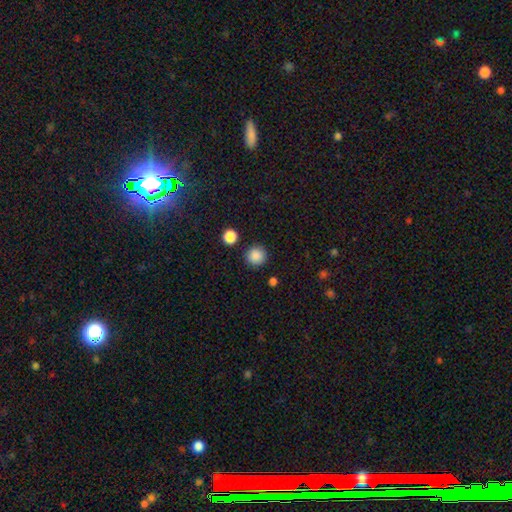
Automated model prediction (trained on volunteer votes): smooth-or-featured: smooth: 87% | star or artifact: 10% | featured or disk: 3%
  how-rounded: round: 95% | in between: 4% | cigar-shaped: 1%
  merging: none: 89% | minor disturbance: 6% | merger: 2% | major disturbance: 2%